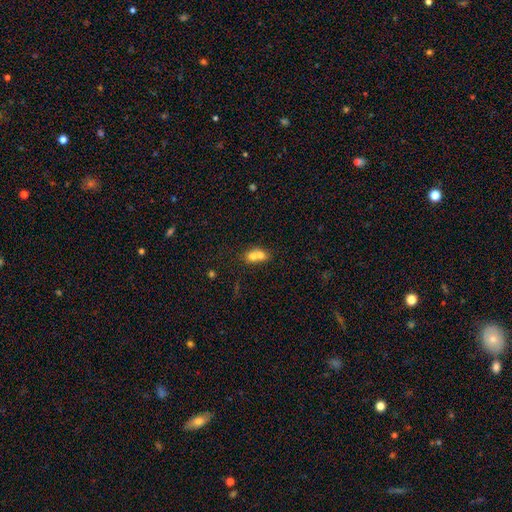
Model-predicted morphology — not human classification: smooth 68%, featured or disk 22%, star or artifact 11%. Down the decision tree: how rounded — round (55%); merging — merger (71%).